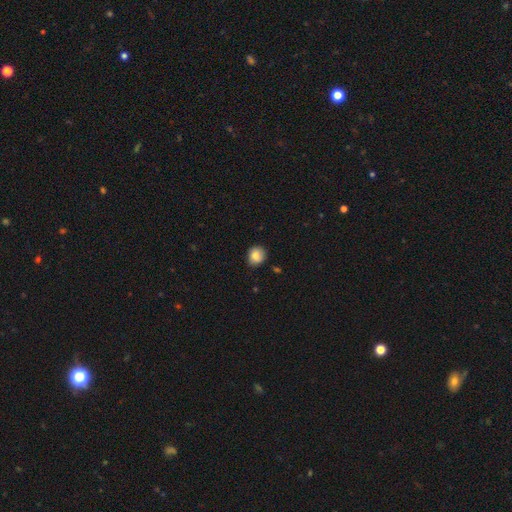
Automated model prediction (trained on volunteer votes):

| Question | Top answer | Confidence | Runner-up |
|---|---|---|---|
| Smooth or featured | smooth | 84% | star or artifact (9%) |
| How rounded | round | 80% | in between (19%) |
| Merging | none | 83% | minor disturbance (13%) |